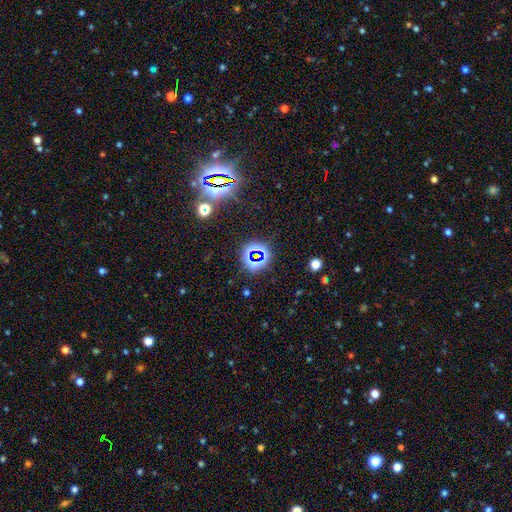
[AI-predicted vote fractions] smooth-or-featured: star or artifact: 74% | smooth: 17% | featured or disk: 9%